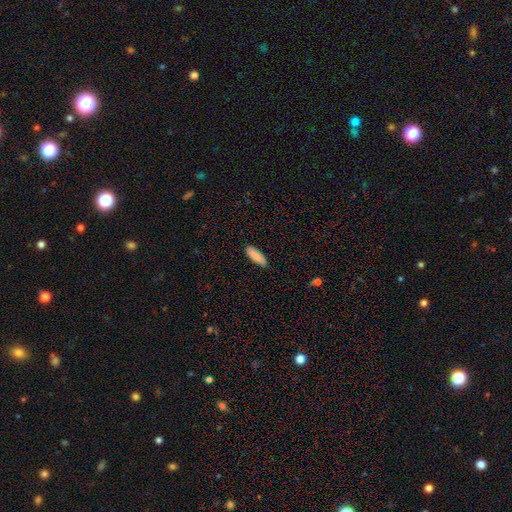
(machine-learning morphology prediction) Smooth or featured?
  - smooth: 88% *
  - star or artifact: 6%
  - featured or disk: 6%
How rounded?
  - in between: 58% *
  - cigar-shaped: 40%
  - round: 2%
Merging?
  - none: 86% *
  - minor disturbance: 11%
  - major disturbance: 2%
  - merger: 1%